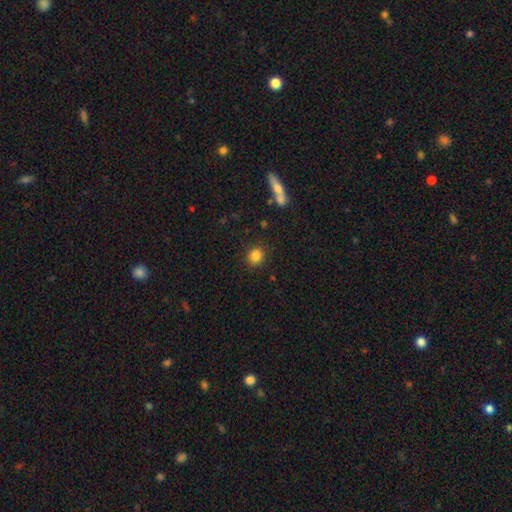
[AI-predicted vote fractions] smooth_or_featured: smooth (p=0.84) [alt: star or artifact p=0.11]
how_rounded: round (p=0.79) [alt: in between p=0.20]
merging: none (p=0.88) [alt: minor disturbance p=0.07]